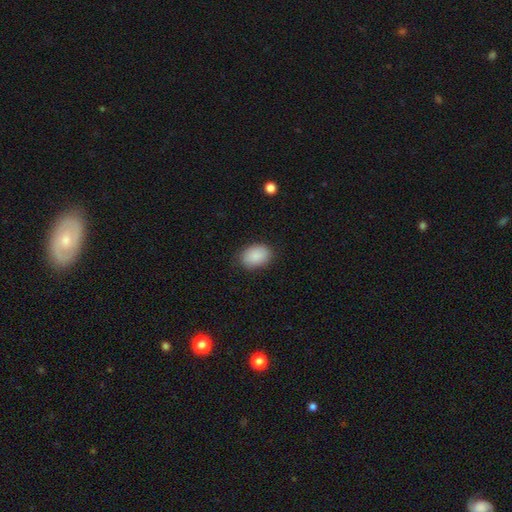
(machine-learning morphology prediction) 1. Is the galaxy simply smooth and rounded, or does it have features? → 89% smooth, 7% star or artifact, 4% featured or disk.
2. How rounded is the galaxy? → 81% in between, 18% round, 1% cigar-shaped.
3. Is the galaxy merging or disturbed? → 84% none, 12% minor disturbance, 3% major disturbance, 1% merger.